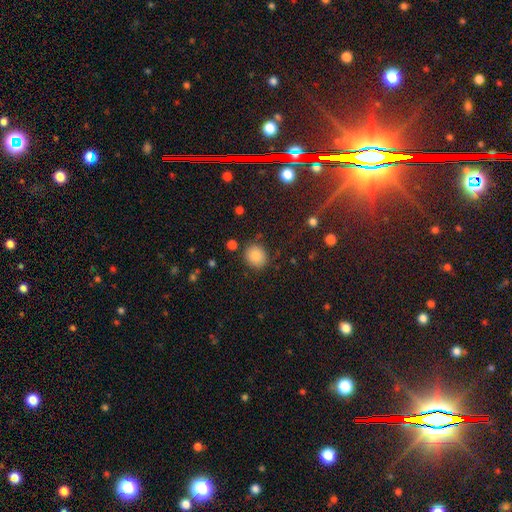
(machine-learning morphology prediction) Smooth or featured?
  - smooth: 84% *
  - star or artifact: 10%
  - featured or disk: 6%
How rounded?
  - round: 75% *
  - in between: 24%
  - cigar-shaped: 1%
Merging?
  - none: 85% *
  - minor disturbance: 10%
  - major disturbance: 3%
  - merger: 3%